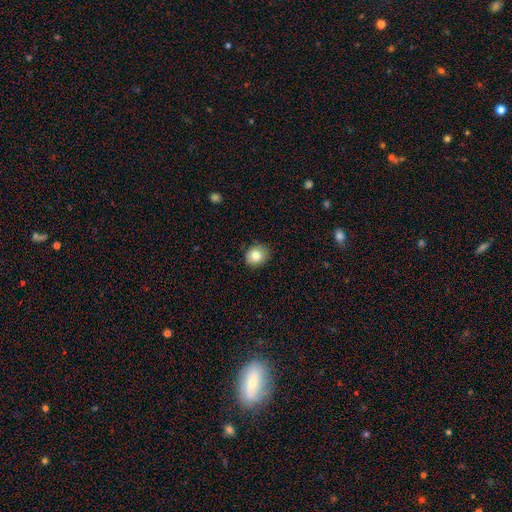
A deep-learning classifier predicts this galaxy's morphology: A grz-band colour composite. It shows a smooth galaxy with no disk features (82%) that is round (75%). Merging: none (88%).